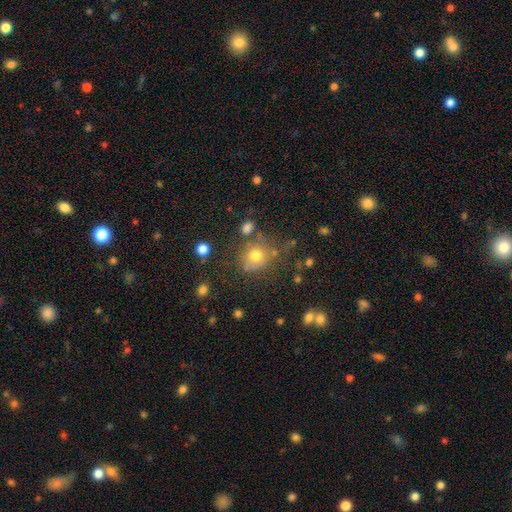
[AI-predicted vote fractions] Morphology: type=smooth (73%); roundness=round (76%); merging=none (65%).